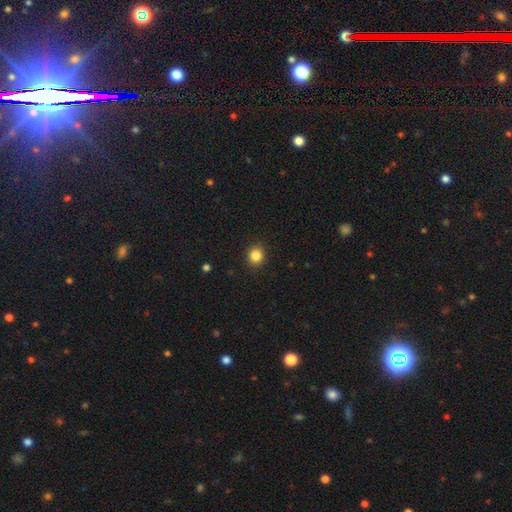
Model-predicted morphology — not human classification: Q: Smooth or featured?
A: smooth (85%); runner-up: star or artifact (11%)
Q: How rounded?
A: round (82%); runner-up: in between (17%)
Q: Merging?
A: none (91%); runner-up: minor disturbance (6%)